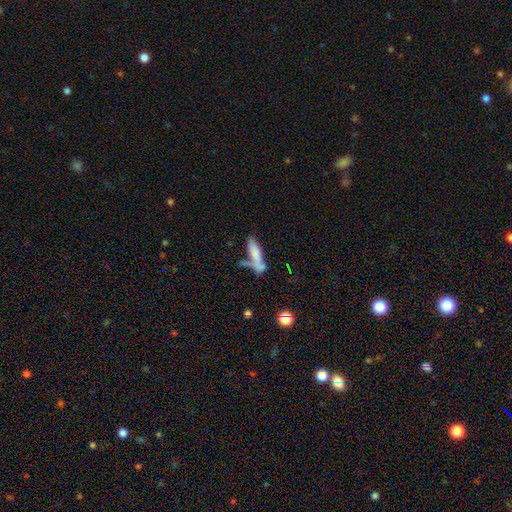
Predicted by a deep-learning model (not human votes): A smooth galaxy with no disk features (72%) that is cigar-shaped (65%). Merging: none (40%).